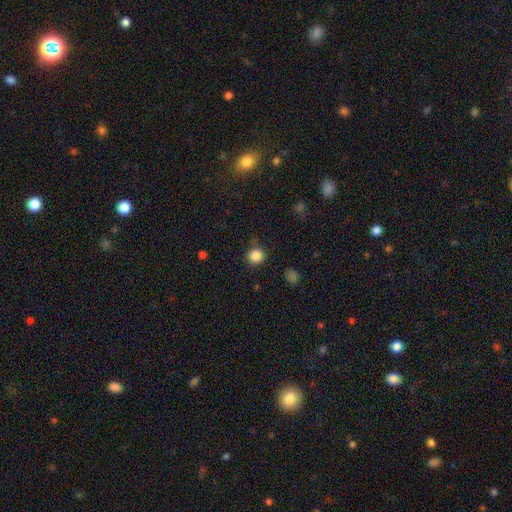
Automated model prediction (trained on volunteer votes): Q: Smooth or featured?
A: smooth (85%); runner-up: star or artifact (11%)
Q: How rounded?
A: round (89%); runner-up: in between (10%)
Q: Merging?
A: none (84%); runner-up: minor disturbance (10%)